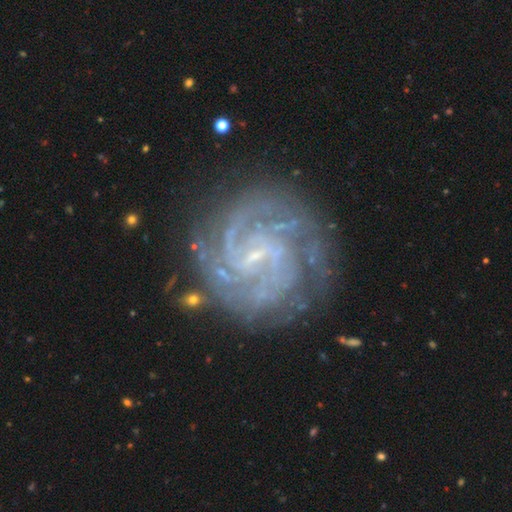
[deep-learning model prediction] Smooth or featured: featured or disk — 89% (star or artifact — 6%)
Edge-on disk: no — 98% (yes — 2%)
Bar: weak — 53% (no — 26%)
Spiral arms: yes — 97% (no — 3%)
Spiral winding: tight — 64% (medium — 31%)
Spiral arm count: 2 — 30% (can't tell — 22%)
Bulge size: small — 73% (none — 17%)
Merging: none — 78% (minor disturbance — 14%)